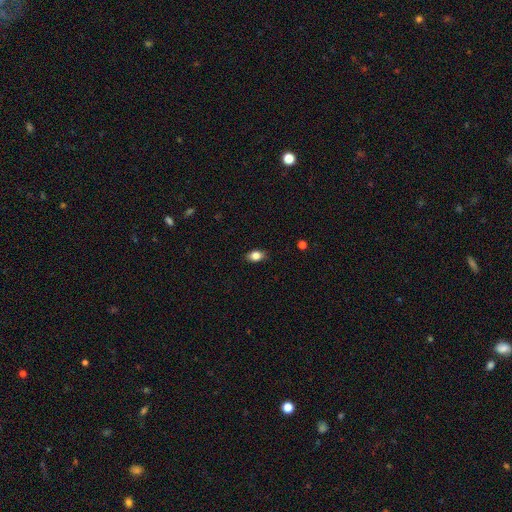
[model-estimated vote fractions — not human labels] smooth 84%, star or artifact 9%, featured or disk 8%. Down the decision tree: how rounded — in between (82%); merging — none (86%).